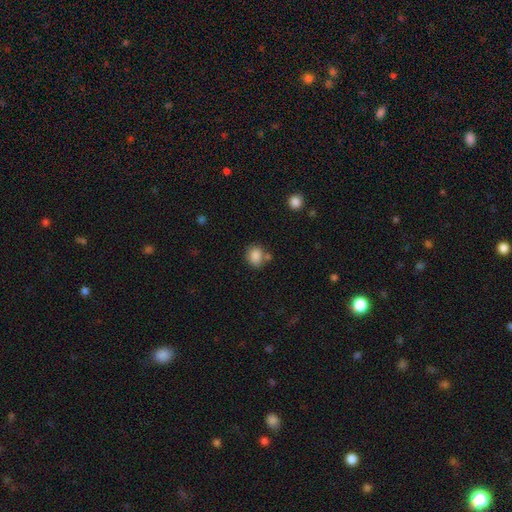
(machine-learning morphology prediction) A smooth galaxy with no disk features (86%) that is round (60%).

Vote fractions:
- Smooth or featured? smooth: 86% / star or artifact: 9% / featured or disk: 5%
- How rounded? round: 60% / in between: 39% / cigar-shaped: 1%
- Merging? none: 66% / merger: 15% / minor disturbance: 15% / major disturbance: 4%